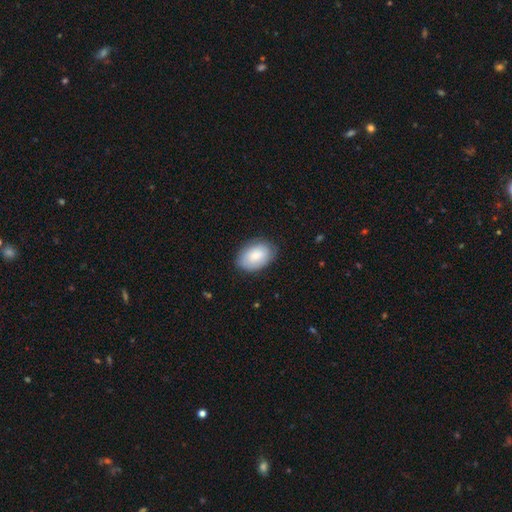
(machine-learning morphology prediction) Overall: smooth (80%). How rounded: in between (90%). Merging: none (80%).